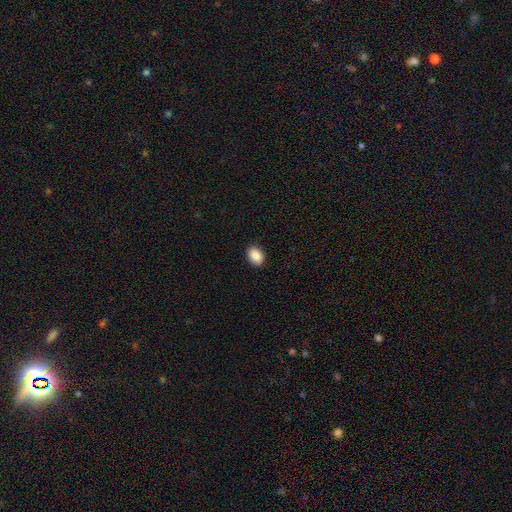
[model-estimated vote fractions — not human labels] The model was most divided on "how rounded": in between: 80%, round: 19%, cigar-shaped: 1%. More confident: merging — none (90%); smooth or featured — smooth (90%).